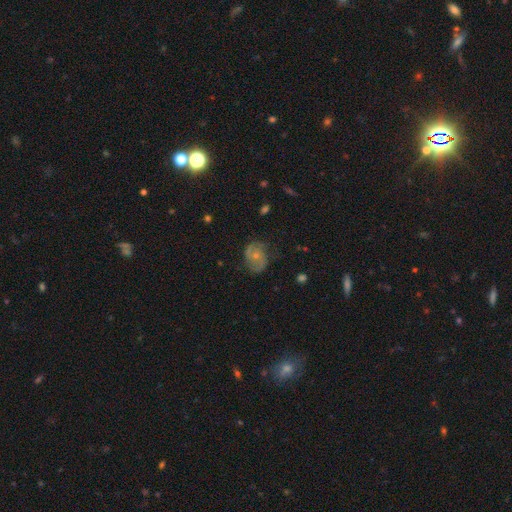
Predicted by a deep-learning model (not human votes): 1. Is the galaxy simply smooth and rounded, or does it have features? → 68% featured or disk, 24% smooth, 8% star or artifact.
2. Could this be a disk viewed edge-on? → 97% no, 3% yes.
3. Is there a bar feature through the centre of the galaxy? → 70% no, 26% weak, 4% strong.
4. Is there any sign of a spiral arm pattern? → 89% yes, 11% no.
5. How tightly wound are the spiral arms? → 48% medium, 26% tight, 26% loose.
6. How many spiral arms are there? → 82% 2, 10% can't tell, 3% 3, 2% 1, 1% 4, 1% more than 4.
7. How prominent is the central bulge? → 58% small, 36% moderate, 4% none, 2% large, 1% dominant.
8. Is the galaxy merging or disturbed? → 68% none, 21% minor disturbance, 9% major disturbance, 1% merger.